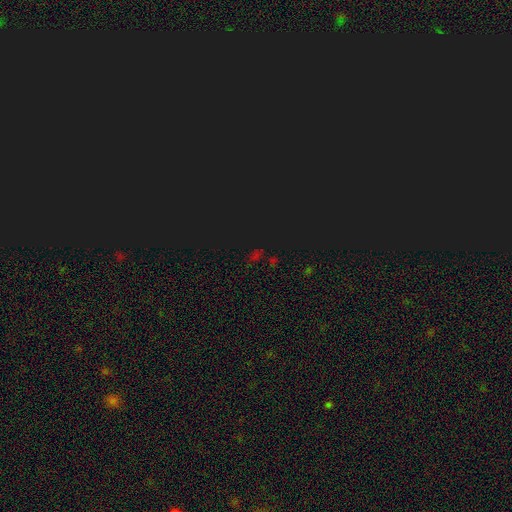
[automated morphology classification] Q: Smooth or featured?
A: star or artifact (73%); runner-up: smooth (20%)